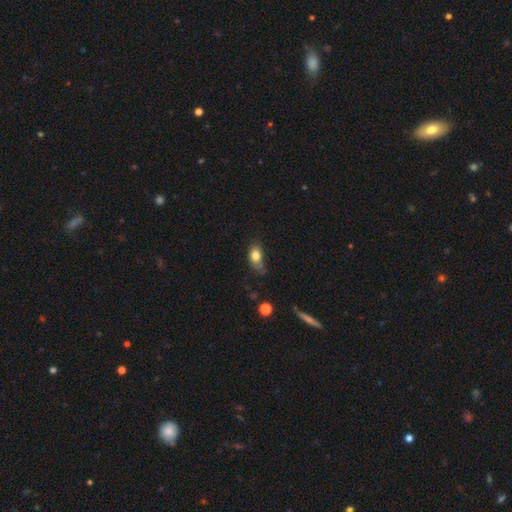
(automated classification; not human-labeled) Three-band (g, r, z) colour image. It shows a smooth galaxy with no disk features (78%) that is in between round and cigar-shaped (80%). Merging: none (43%).